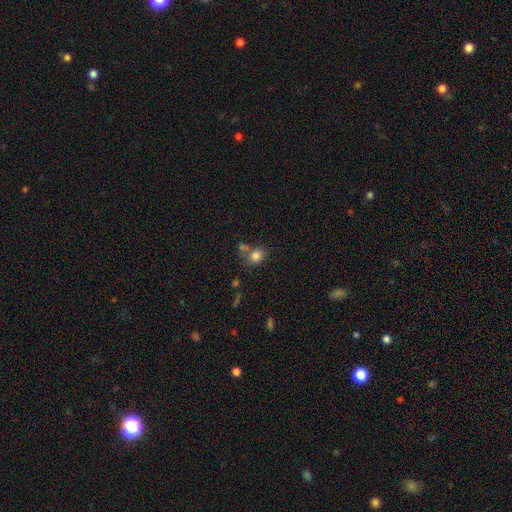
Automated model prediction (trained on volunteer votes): Morphology: type=smooth (80%); roundness=round (72%); merging=none (56%).